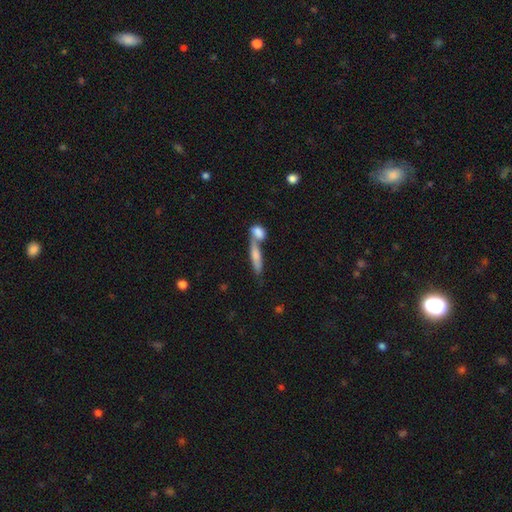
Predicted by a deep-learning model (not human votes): The model was most divided on "merging": merger: 50%, none: 36%, minor disturbance: 9%, major disturbance: 4%. More confident: smooth or featured — smooth (70%); how rounded — cigar-shaped (66%).